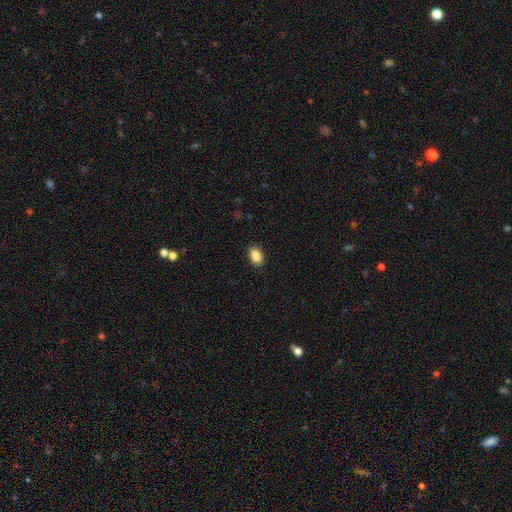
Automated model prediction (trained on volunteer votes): smooth 88%, star or artifact 8%, featured or disk 4%. Down the decision tree: how rounded — in between (89%); merging — none (89%).